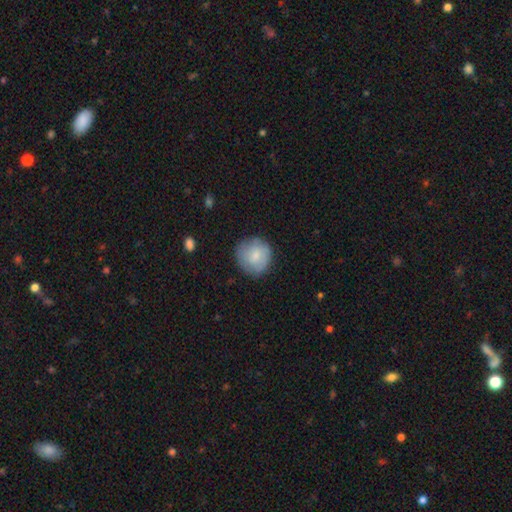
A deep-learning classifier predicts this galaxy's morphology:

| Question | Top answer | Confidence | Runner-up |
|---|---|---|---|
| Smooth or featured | smooth | 73% | featured or disk (21%) |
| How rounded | round | 91% | in between (8%) |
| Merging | none | 77% | minor disturbance (17%) |